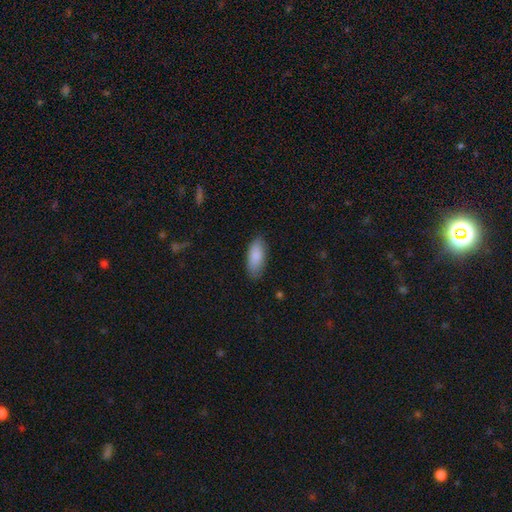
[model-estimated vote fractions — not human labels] Smooth or featured? smooth (86%)
How rounded? in between (82%)
Merging? none (82%)